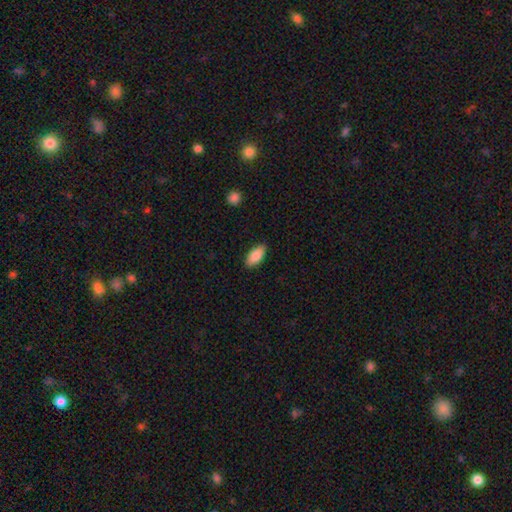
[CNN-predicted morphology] type=smooth (87%); roundness=in between (89%); merging=none (88%).